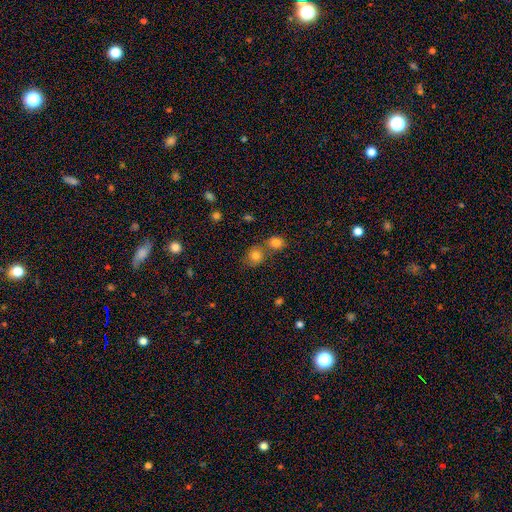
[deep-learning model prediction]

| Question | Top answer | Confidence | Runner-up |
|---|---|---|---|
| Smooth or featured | smooth | 79% | star or artifact (12%) |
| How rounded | round | 74% | in between (25%) |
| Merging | none | 54% | merger (31%) |